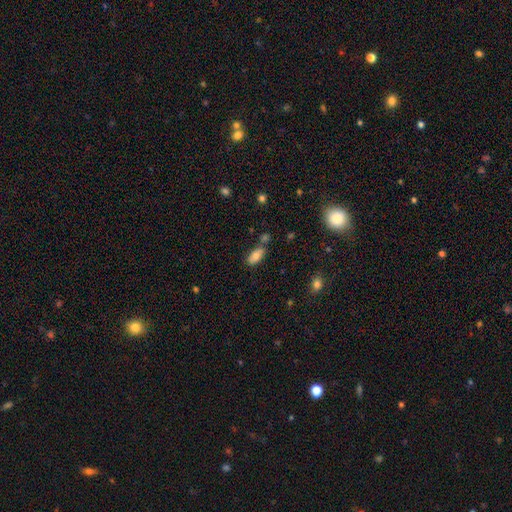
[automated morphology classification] Smooth or featured?
  - smooth: 79% *
  - featured or disk: 13%
  - star or artifact: 9%
How rounded?
  - in between: 89% *
  - cigar-shaped: 8%
  - round: 3%
Merging?
  - none: 71% *
  - minor disturbance: 15%
  - merger: 11%
  - major disturbance: 3%